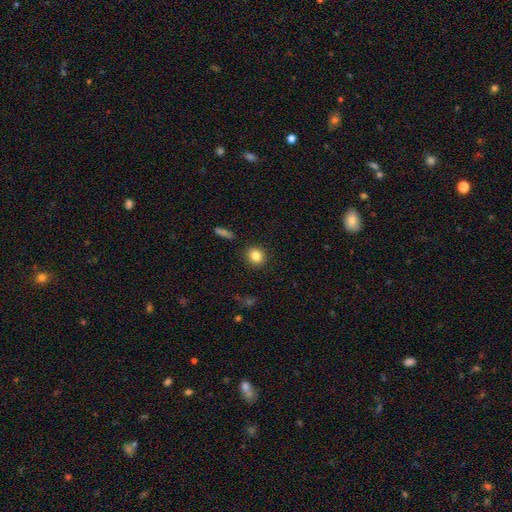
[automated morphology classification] A smooth galaxy with no disk features (83%) that is round (83%). Merging: none (90%).